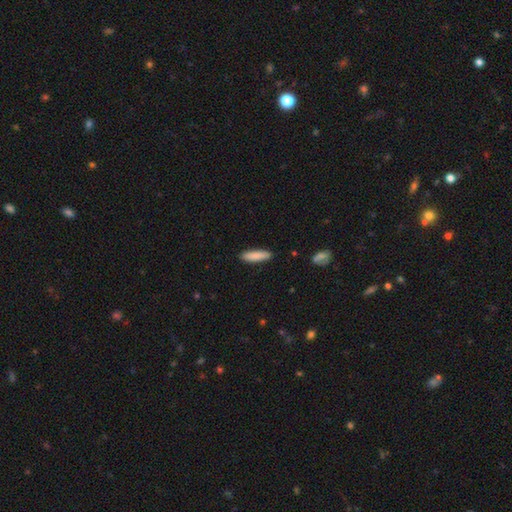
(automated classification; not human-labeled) This appears to be a smooth galaxy with no disk features (87%) that is cigar-shaped (70%). Merging: none (89%).